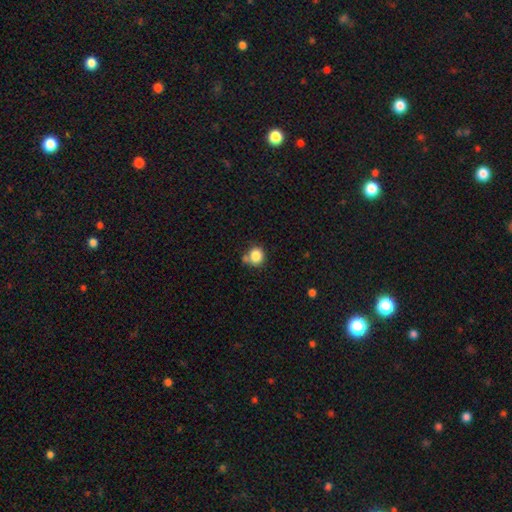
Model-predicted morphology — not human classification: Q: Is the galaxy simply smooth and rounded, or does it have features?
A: smooth — 84%.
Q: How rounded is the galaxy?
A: round — 83%.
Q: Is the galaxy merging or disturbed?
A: none — 62%.